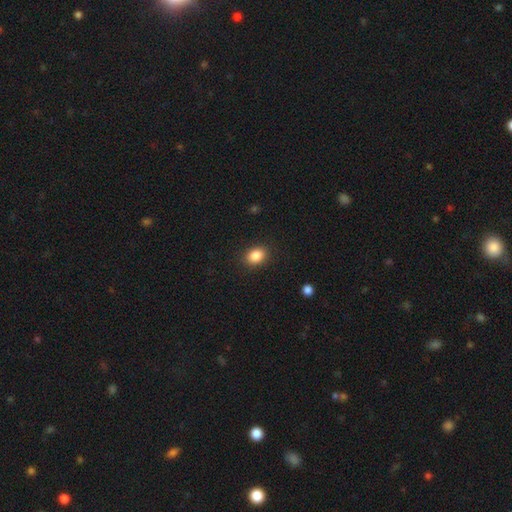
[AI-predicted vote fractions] This appears to be a smooth galaxy with no disk features (87%) that is in between round and cigar-shaped (65%). Merging: none (88%).